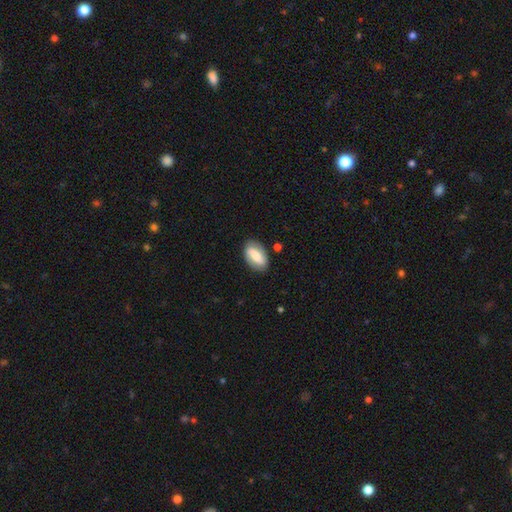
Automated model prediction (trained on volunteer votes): Q: Smooth or featured?
A: featured or disk (55%); runner-up: smooth (38%)
Q: Edge-on disk?
A: no (94%); runner-up: yes (6%)
Q: Bar?
A: strong (46%); runner-up: weak (36%)
Q: Spiral arms?
A: yes (81%); runner-up: no (19%)
Q: Bulge size?
A: moderate (45%); runner-up: small (34%)
Q: Merging?
A: none (82%); runner-up: minor disturbance (13%)